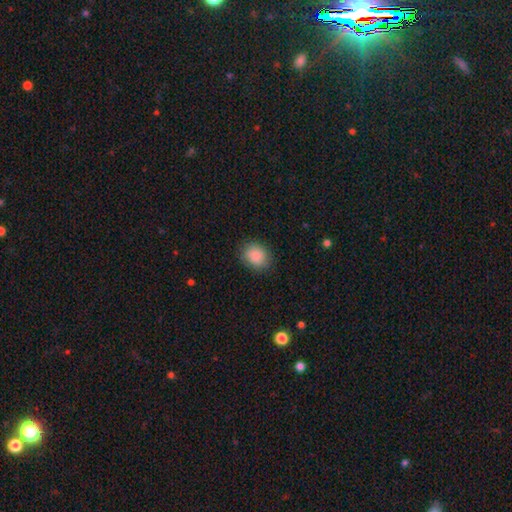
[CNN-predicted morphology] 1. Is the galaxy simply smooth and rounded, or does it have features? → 88% smooth, 7% star or artifact, 5% featured or disk.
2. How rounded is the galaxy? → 62% round, 37% in between, 1% cigar-shaped.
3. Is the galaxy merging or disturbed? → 84% none, 11% minor disturbance, 3% major disturbance, 1% merger.